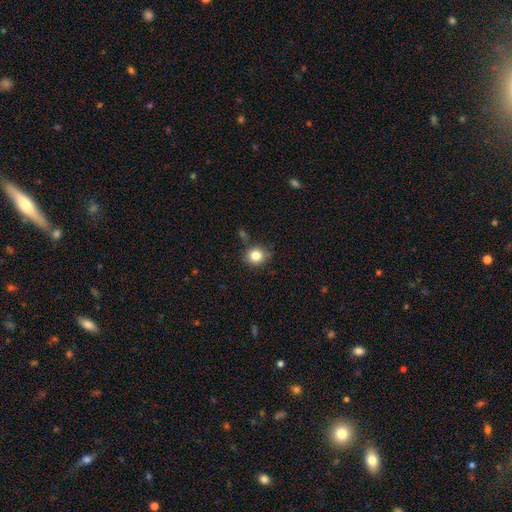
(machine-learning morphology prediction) This is clearly a smooth galaxy (83%). How rounded: clearly round (83%). Merging: likely none (79%).